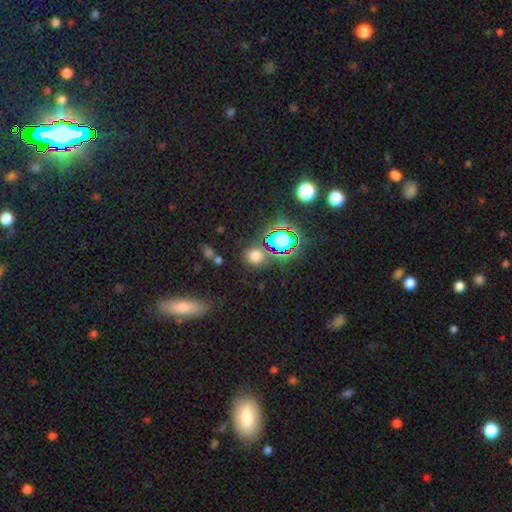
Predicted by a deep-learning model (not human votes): A smooth galaxy with no disk features (63%) that is round (84%).

Vote fractions:
- Smooth or featured? smooth: 63% / star or artifact: 31% / featured or disk: 6%
- How rounded? round: 84% / in between: 15% / cigar-shaped: 2%
- Merging? none: 80% / minor disturbance: 9% / merger: 7% / major disturbance: 4%